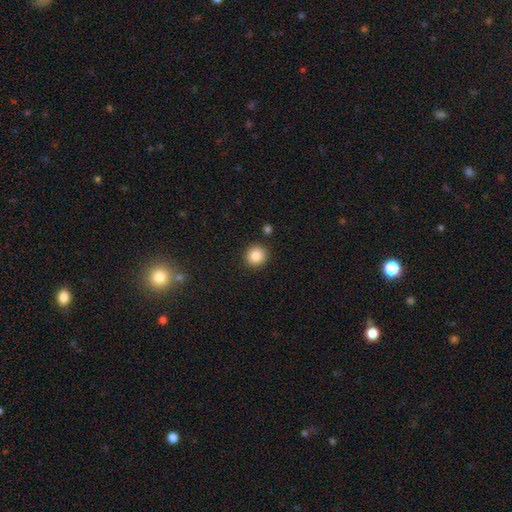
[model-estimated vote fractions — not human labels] Overall: smooth (86%). How rounded: round (91%). Merging: none (89%).